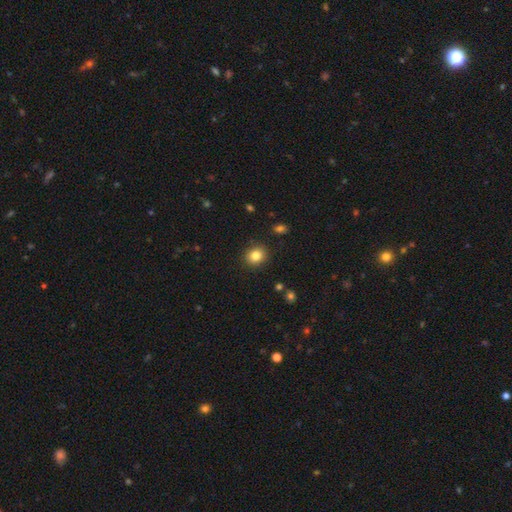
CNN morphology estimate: A smooth galaxy with no disk features (83%) that is round (75%). Merging: none (89%).